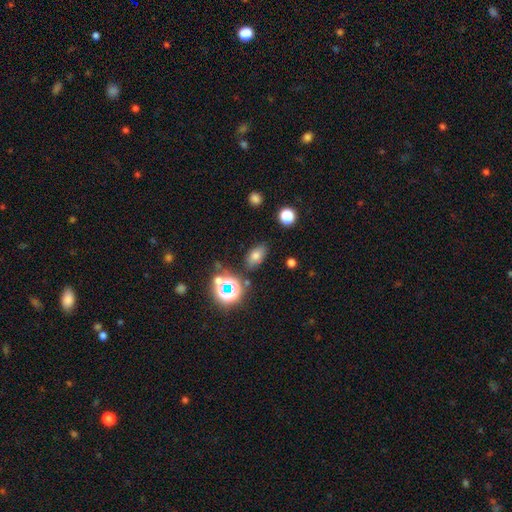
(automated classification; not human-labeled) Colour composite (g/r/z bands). It shows a smooth galaxy with no disk features (65%) that is in between round and cigar-shaped (83%). Merging: none (81%).